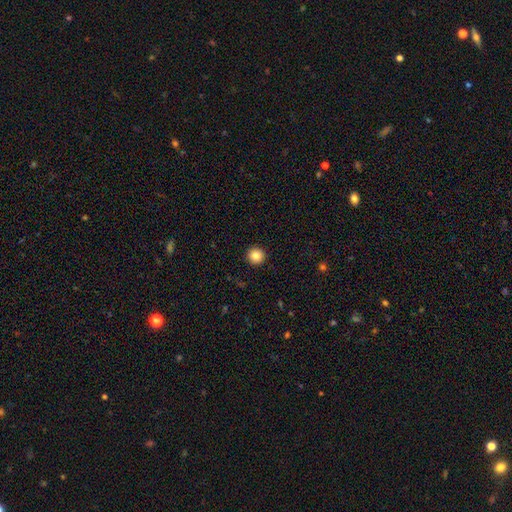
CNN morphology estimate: Overall: smooth (85%). How rounded: round (95%). Merging: none (93%).